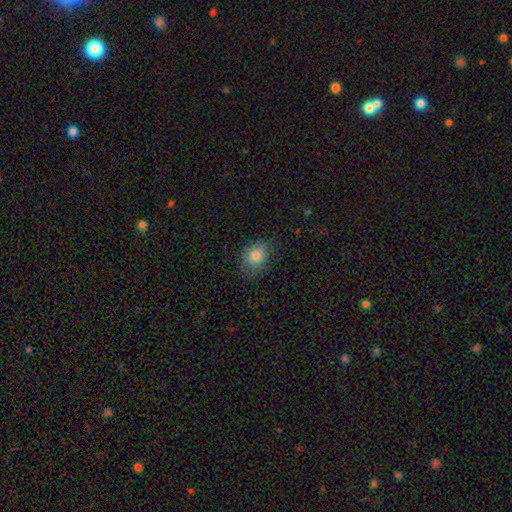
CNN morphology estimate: smooth-or-featured: smooth: 78% | featured or disk: 13% | star or artifact: 9%
  how-rounded: in between: 59% | round: 40% | cigar-shaped: 1%
  merging: none: 69% | minor disturbance: 22% | major disturbance: 8% | merger: 1%